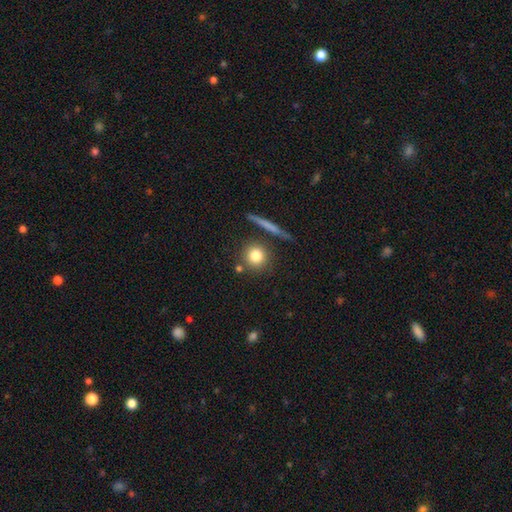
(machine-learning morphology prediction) smooth 80%, featured or disk 11%, star or artifact 10%. Down the decision tree: how rounded — round (91%); merging — none (79%).